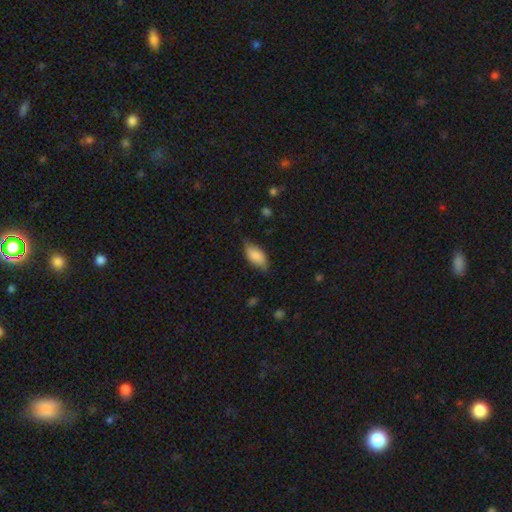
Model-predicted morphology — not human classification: Q: Smooth or featured?
A: smooth (83%); runner-up: featured or disk (11%)
Q: How rounded?
A: in between (91%); runner-up: cigar-shaped (6%)
Q: Merging?
A: none (70%); runner-up: minor disturbance (24%)